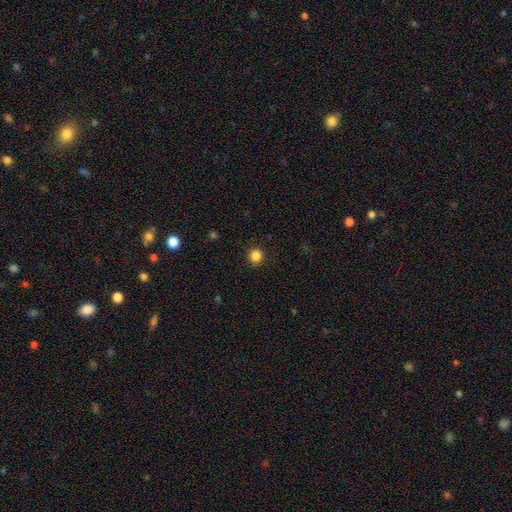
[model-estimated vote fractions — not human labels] A smooth galaxy with no disk features (85%) that is round (90%). Merging: none (91%).